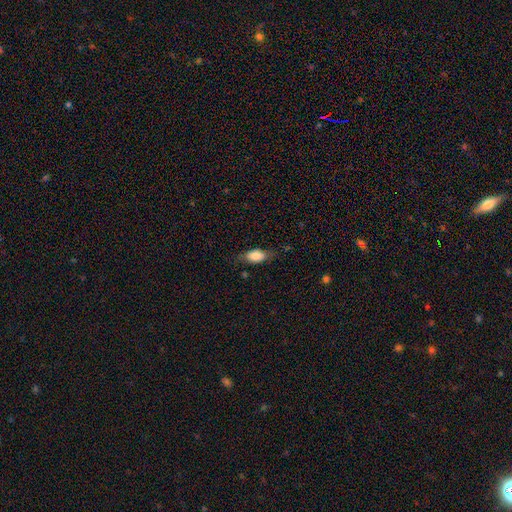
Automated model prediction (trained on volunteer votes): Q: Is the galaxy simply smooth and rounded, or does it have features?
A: smooth — 76%.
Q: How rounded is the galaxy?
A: in between — 83%.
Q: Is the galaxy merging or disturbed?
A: none — 68%.